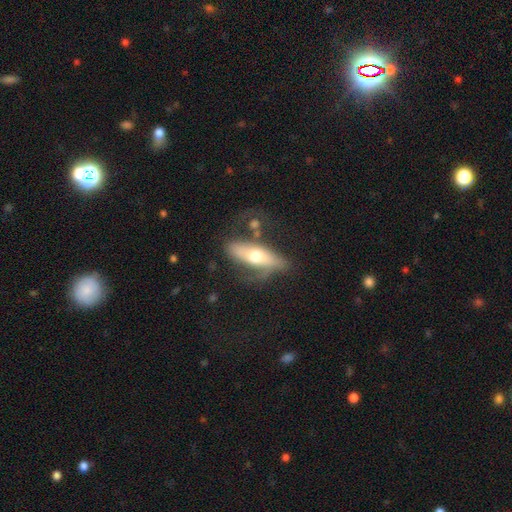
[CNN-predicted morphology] smooth-or-featured: smooth: 47% (tied) | featured or disk: 47% (tied) | star or artifact: 6%
  merging: none: 46% | minor disturbance: 26% | major disturbance: 21% | merger: 8%